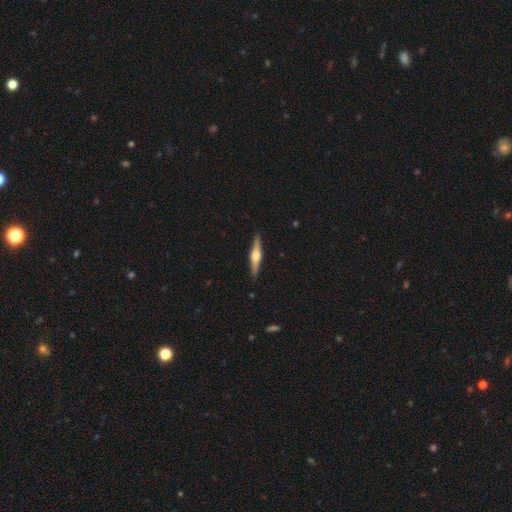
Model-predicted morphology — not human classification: This is likely a featured or disk galaxy (75%). It is clearly viewed edge-on (98%). Edge-on bulge: clearly rounded (91%). Merging: clearly none (91%).